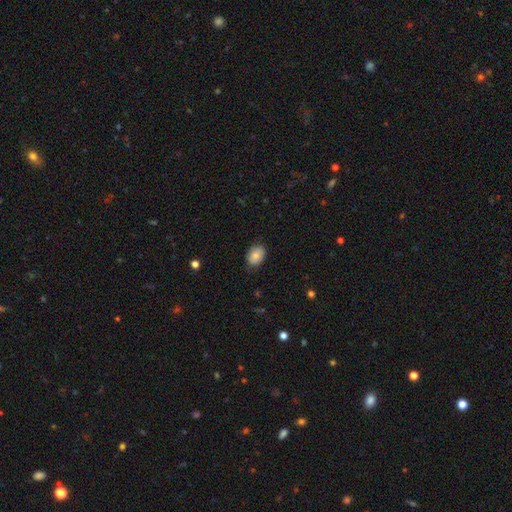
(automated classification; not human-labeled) Smooth or featured? Predicted: smooth (p=0.81). How rounded? Predicted: in between (p=0.71). Merging? Predicted: none (p=0.81).